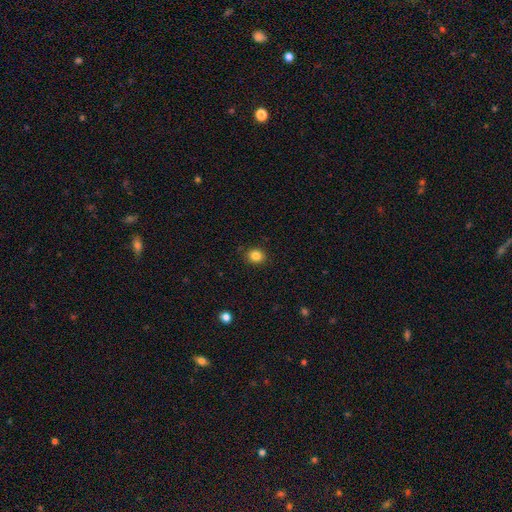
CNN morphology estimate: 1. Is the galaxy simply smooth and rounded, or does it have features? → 84% smooth, 11% star or artifact, 5% featured or disk.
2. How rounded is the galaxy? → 72% round, 28% in between, 1% cigar-shaped.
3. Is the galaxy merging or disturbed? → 89% none, 8% minor disturbance, 2% major disturbance, 1% merger.